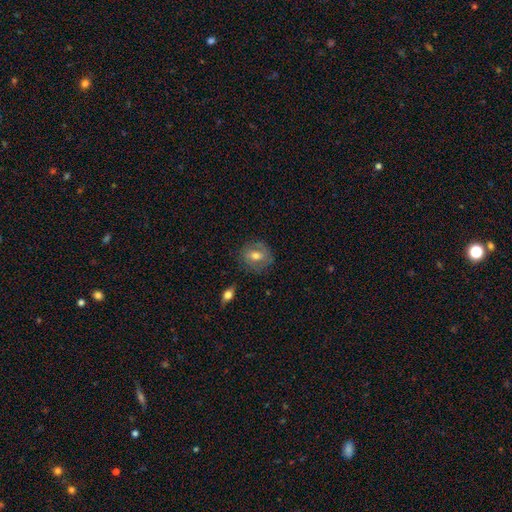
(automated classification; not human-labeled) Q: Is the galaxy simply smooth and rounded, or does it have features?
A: smooth — 52%.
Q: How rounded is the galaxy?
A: round — 68%.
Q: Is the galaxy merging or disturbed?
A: none — 76%.